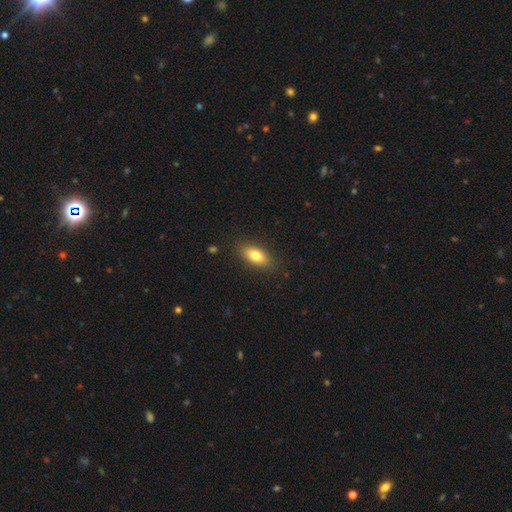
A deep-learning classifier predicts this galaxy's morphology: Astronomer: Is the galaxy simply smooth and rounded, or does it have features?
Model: smooth — 78%.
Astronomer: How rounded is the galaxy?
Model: in between — 85%.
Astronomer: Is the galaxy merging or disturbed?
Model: none — 86%.